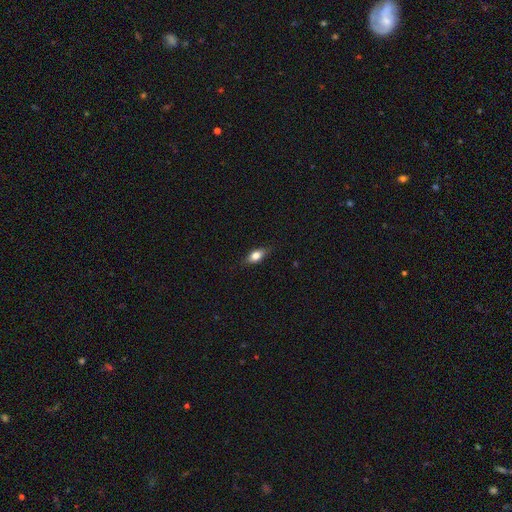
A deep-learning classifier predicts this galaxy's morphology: Q: Smooth or featured?
A: smooth (74%); runner-up: featured or disk (18%)
Q: How rounded?
A: in between (79%); runner-up: cigar-shaped (12%)
Q: Merging?
A: none (83%); runner-up: minor disturbance (13%)